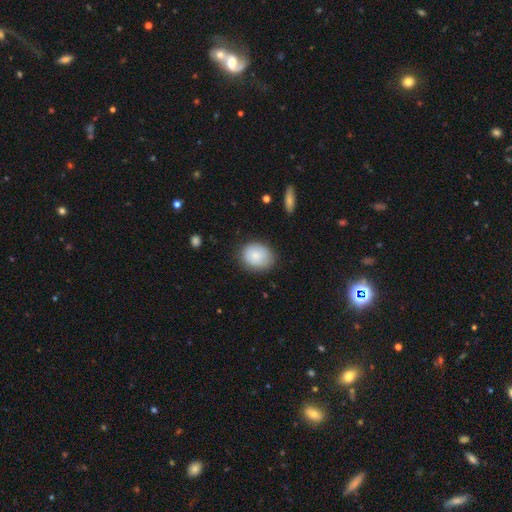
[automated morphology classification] smooth_or_featured: smooth (p=0.82) [alt: featured or disk p=0.12]
how_rounded: round (p=0.52) [alt: in between p=0.47]
merging: none (p=0.78) [alt: minor disturbance p=0.17]